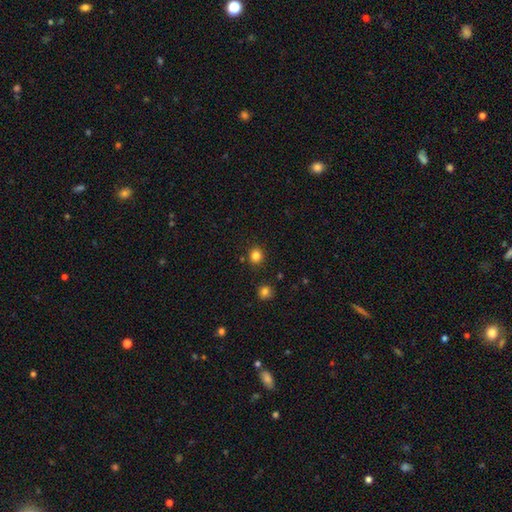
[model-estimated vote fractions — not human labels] Smooth or featured? smooth (83%)
How rounded? round (86%)
Merging? none (87%)